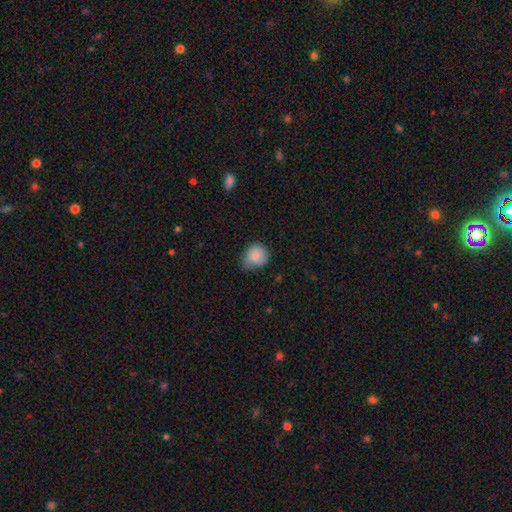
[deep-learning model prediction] smooth-or-featured: smooth: 85% | star or artifact: 8% | featured or disk: 7%
  how-rounded: round: 77% | in between: 22% | cigar-shaped: 1%
  merging: none: 54% | minor disturbance: 37% | major disturbance: 7% | merger: 2%